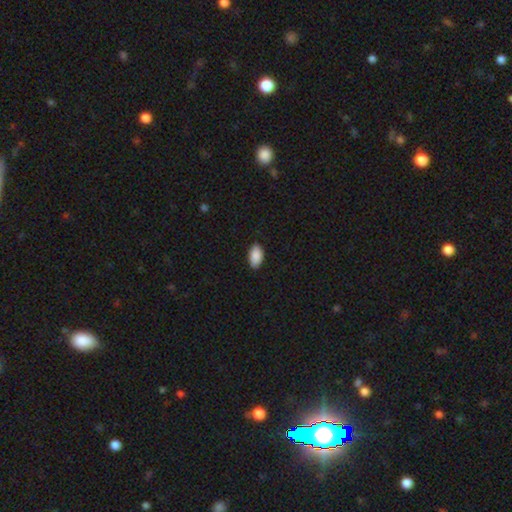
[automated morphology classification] This appears to be a smooth galaxy with no disk features (90%) that is in between round and cigar-shaped (95%). Merging: none (85%).